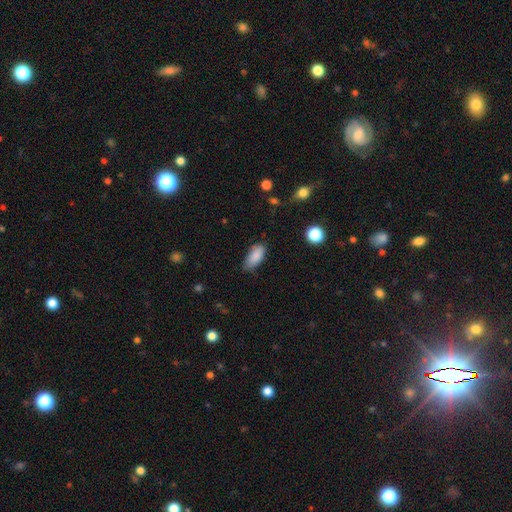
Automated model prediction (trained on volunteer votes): Smooth or featured? smooth (87%)
How rounded? in between (87%)
Merging? none (69%)